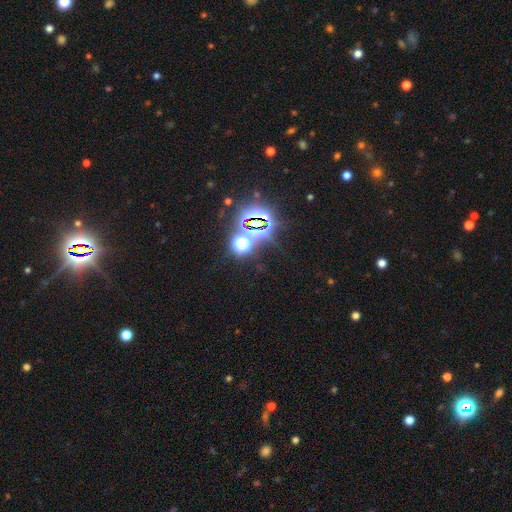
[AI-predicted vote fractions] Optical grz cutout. It shows a star or artifact, not a galaxy (82%).